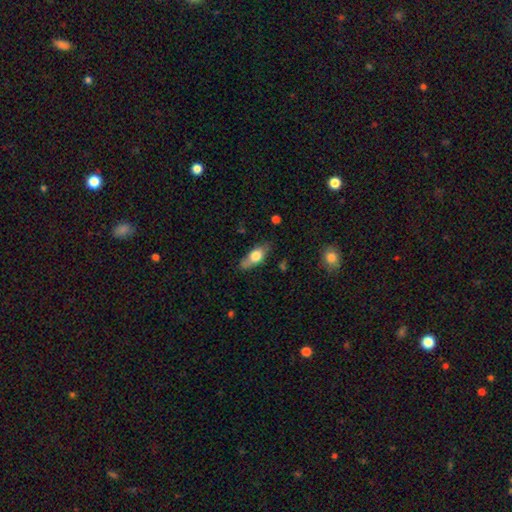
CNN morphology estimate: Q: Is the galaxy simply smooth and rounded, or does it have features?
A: smooth — 70%.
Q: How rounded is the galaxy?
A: in between — 77%.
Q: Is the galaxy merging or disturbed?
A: none — 64%.